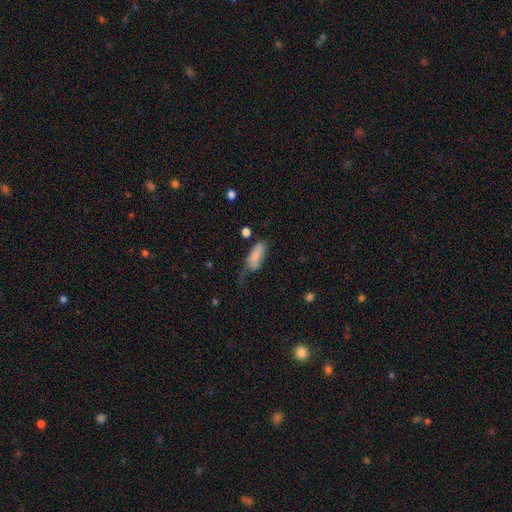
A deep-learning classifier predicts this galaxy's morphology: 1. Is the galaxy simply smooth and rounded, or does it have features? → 75% smooth, 18% featured or disk, 7% star or artifact.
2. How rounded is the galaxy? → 81% in between, 17% cigar-shaped, 3% round.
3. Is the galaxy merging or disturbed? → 36% minor disturbance, 30% none, 28% major disturbance, 6% merger.